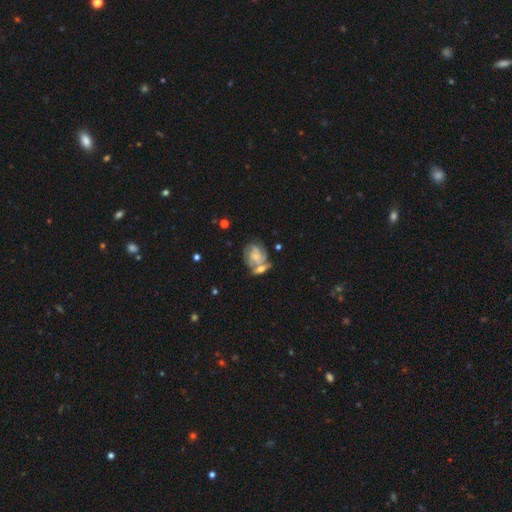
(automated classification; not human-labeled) Smooth or featured? Predicted: featured or disk (p=0.74). Edge-on disk? Predicted: no (p=0.97). Bar? Predicted: no (p=0.69). Spiral arms? Predicted: yes (p=0.91). Spiral winding? Predicted: tight (p=0.57). Spiral arm count? Predicted: 3 (p=0.34). Bulge size? Predicted: small (p=0.55). Merging? Predicted: none (p=0.43).